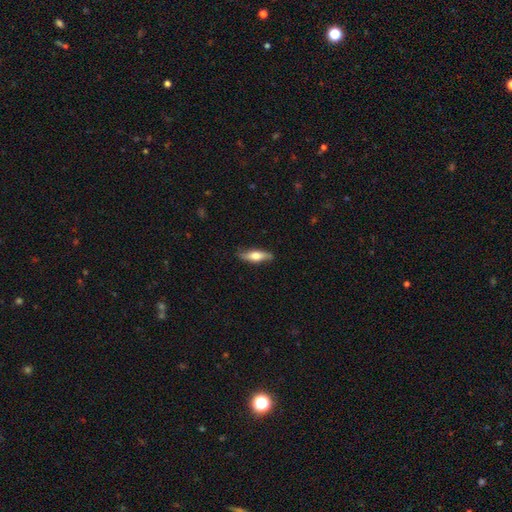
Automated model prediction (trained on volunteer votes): Morphology: type=smooth (56%); roundness=cigar-shaped (49%); merging=none (81%).